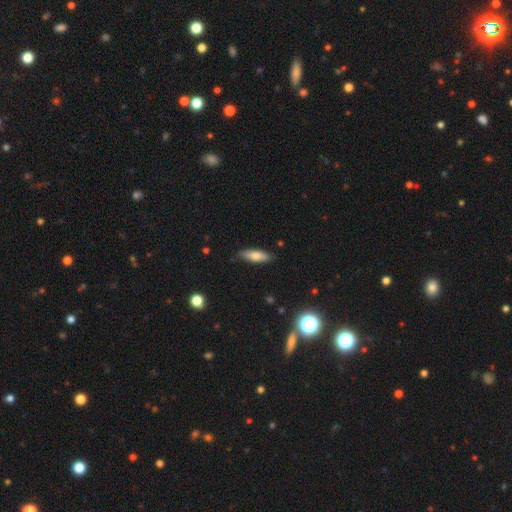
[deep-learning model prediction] smooth_or_featured: smooth (p=0.72) [alt: featured or disk p=0.21]
how_rounded: in between (p=0.57) [alt: cigar-shaped p=0.41]
merging: none (p=0.83) [alt: minor disturbance p=0.14]